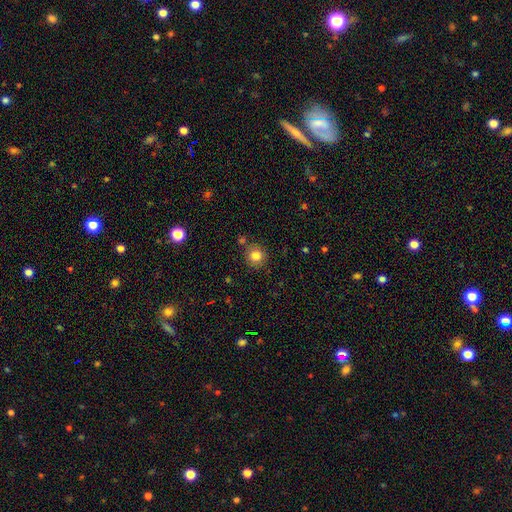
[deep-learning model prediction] Smooth or featured? Predicted: smooth (p=0.82). How rounded? Predicted: round (p=0.90). Merging? Predicted: none (p=0.80).